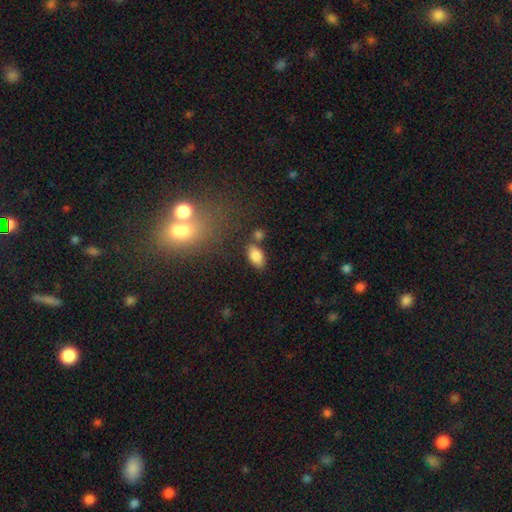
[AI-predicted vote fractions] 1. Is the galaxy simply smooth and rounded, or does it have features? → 85% smooth, 9% star or artifact, 7% featured or disk.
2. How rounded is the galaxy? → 92% in between, 6% round, 2% cigar-shaped.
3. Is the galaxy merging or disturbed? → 74% none, 13% minor disturbance, 10% merger, 4% major disturbance.